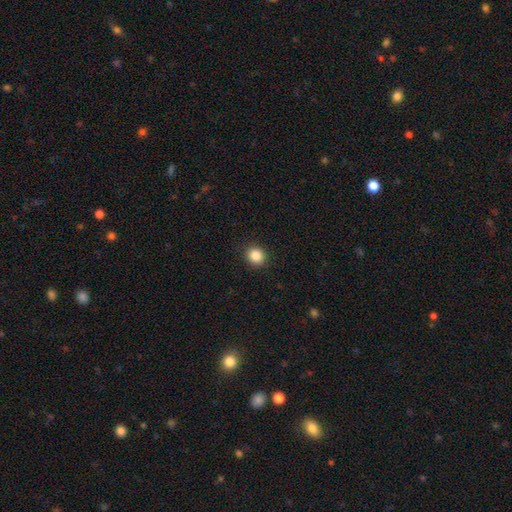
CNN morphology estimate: Overall: smooth (86%). How rounded: round (81%). Merging: none (91%).